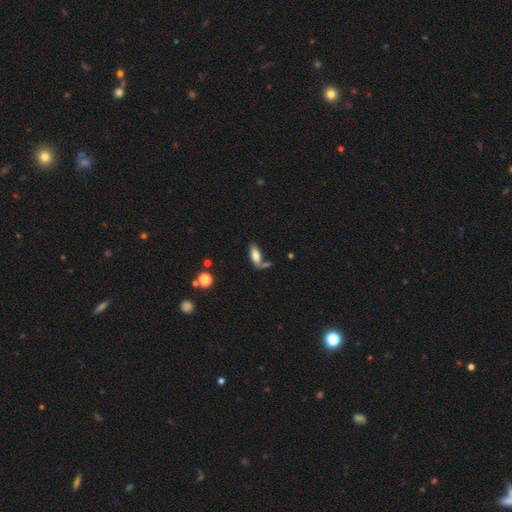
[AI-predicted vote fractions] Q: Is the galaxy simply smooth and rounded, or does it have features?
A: smooth — 75%.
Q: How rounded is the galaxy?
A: in between — 80%.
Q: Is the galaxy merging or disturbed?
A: none — 47%.